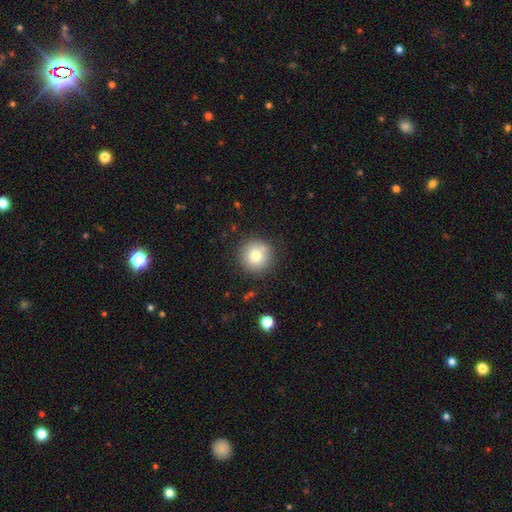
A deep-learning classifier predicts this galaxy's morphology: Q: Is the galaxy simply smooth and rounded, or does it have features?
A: smooth — 78%.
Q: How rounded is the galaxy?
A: round — 95%.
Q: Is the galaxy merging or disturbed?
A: none — 85%.